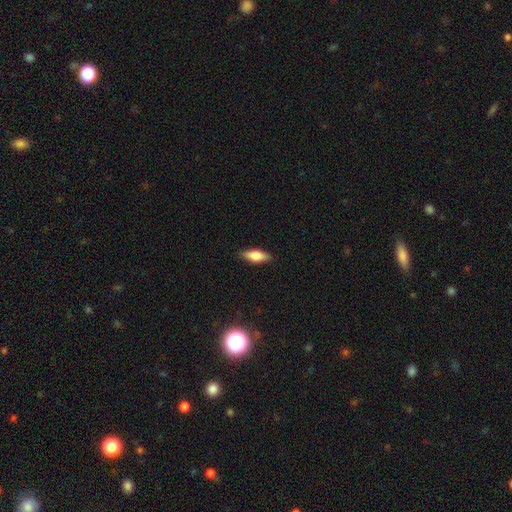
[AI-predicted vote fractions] Morphology: type=smooth (69%); roundness=in between (65%); merging=none (87%).